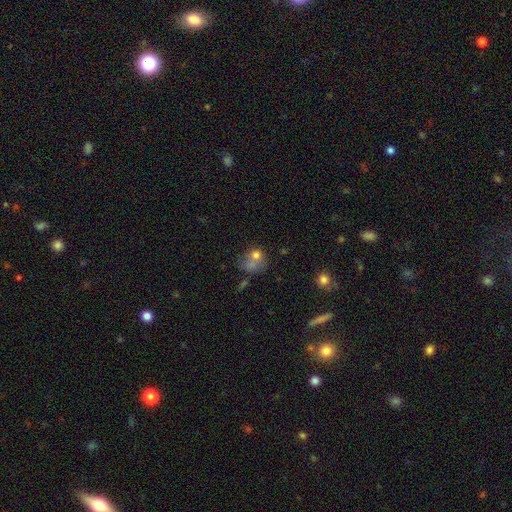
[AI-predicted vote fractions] A smooth galaxy with no disk features (67%) that is round (63%). Merging: merger (40%).